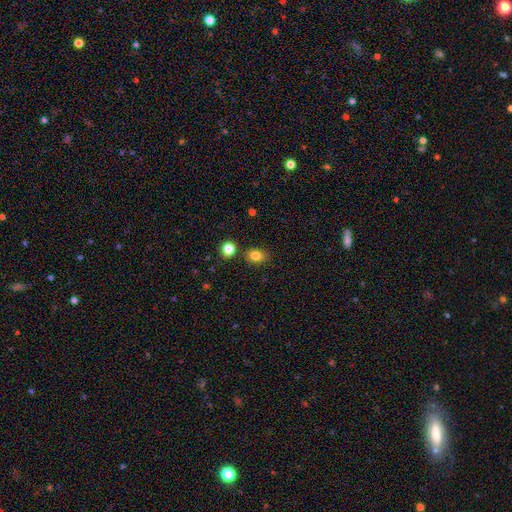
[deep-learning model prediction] Q: Smooth or featured?
A: smooth (83%); runner-up: star or artifact (11%)
Q: How rounded?
A: in between (56%); runner-up: round (43%)
Q: Merging?
A: none (81%); runner-up: minor disturbance (10%)